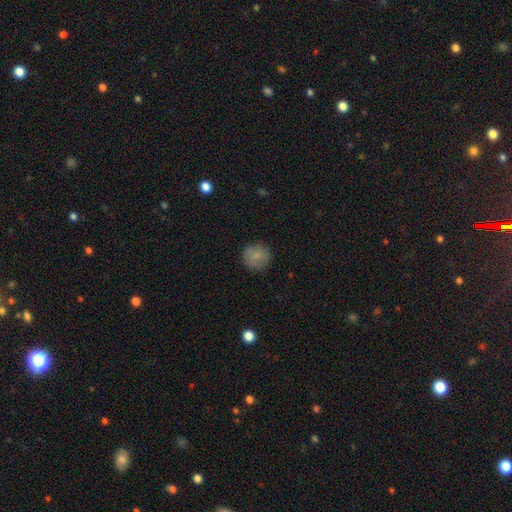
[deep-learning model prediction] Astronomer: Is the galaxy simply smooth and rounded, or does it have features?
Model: smooth — 83%.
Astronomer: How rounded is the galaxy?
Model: round — 94%.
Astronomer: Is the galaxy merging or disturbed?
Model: none — 85%.